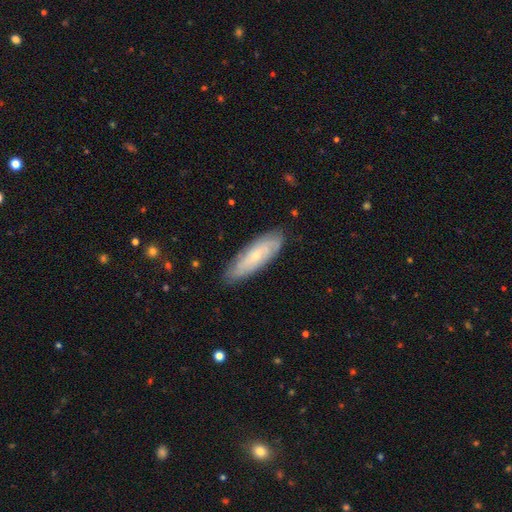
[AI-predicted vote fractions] The model was most divided on "smooth or featured": featured or disk: 51%, smooth: 43%, star or artifact: 7%. More confident: merging — none (83%); edge-on disk — no (71%).